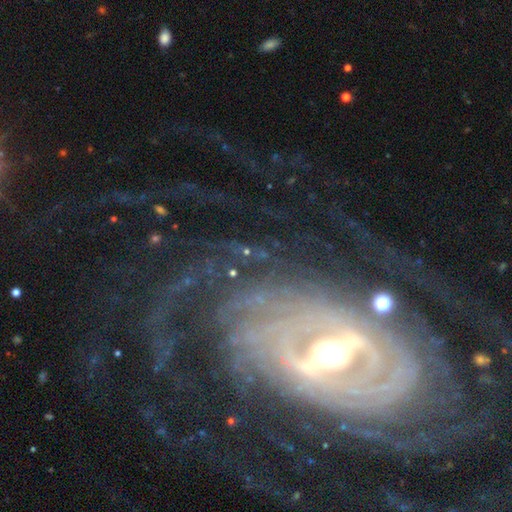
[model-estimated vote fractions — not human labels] Smooth or featured? Predicted: featured or disk (p=0.90). Edge-on disk? Predicted: no (p=0.94). Bar? Predicted: strong (p=0.43). Spiral arms? Predicted: yes (p=0.95). Spiral winding? Predicted: tight (p=0.65). Spiral arm count? Predicted: can't tell (p=0.26). Bulge size? Predicted: moderate (p=0.62). Merging? Predicted: none (p=0.70).